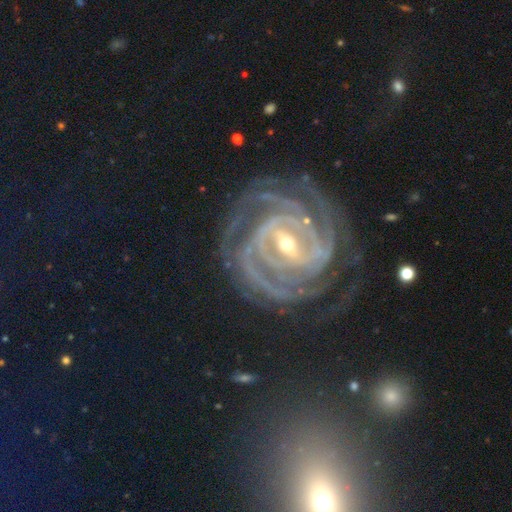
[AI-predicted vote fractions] The model was most divided on "spiral arm count": 4: 26%, 3: 24%, 2: 16%, can't tell: 14%, more than 4: 12%, 1: 8%. More confident: spiral arms — yes (99%); edge-on disk — no (97%); smooth or featured — featured or disk (91%); spiral winding — tight (81%); merging — none (76%); bar — strong (59%); bulge size — small (57%).